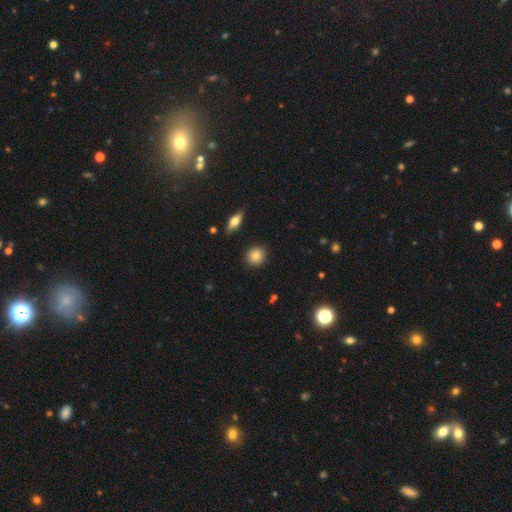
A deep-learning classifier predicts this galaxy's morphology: The model was most divided on "how rounded": round: 84%, in between: 15%, cigar-shaped: 2%. More confident: merging — none (89%); smooth or featured — smooth (83%).